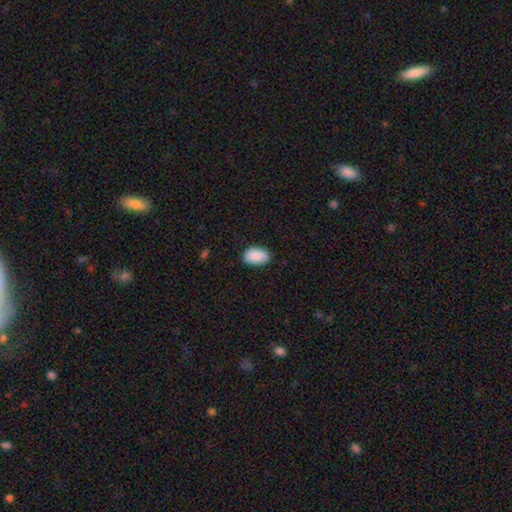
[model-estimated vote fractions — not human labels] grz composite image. It shows a smooth galaxy with no disk features (87%) that is in between round and cigar-shaped (91%). Merging: none (80%).